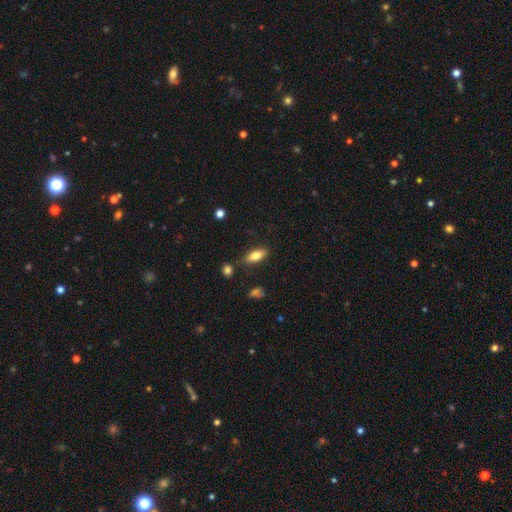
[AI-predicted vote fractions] A smooth galaxy with no disk features (76%) that is in between round and cigar-shaped (78%).

Vote fractions:
- Smooth or featured? smooth: 76% / featured or disk: 16% / star or artifact: 7%
- How rounded? in between: 78% / cigar-shaped: 20% / round: 3%
- Merging? none: 81% / minor disturbance: 12% / merger: 4% / major disturbance: 3%